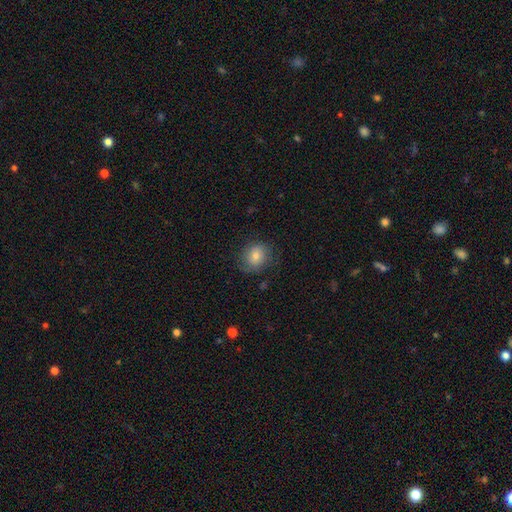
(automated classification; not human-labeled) Q: Smooth or featured?
A: smooth (71%); runner-up: featured or disk (19%)
Q: How rounded?
A: round (65%); runner-up: in between (34%)
Q: Merging?
A: none (74%); runner-up: minor disturbance (18%)